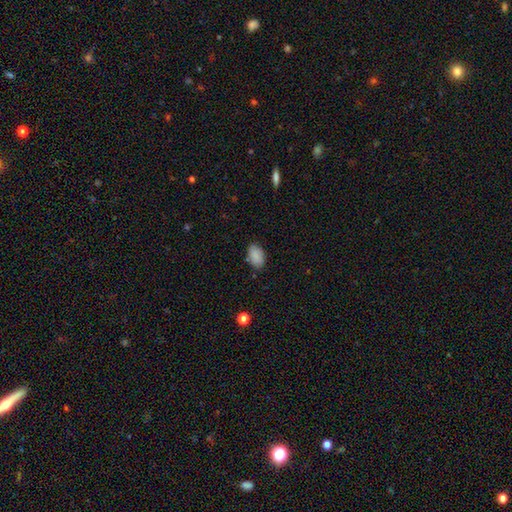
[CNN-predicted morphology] Smooth or featured?
  - smooth: 88% *
  - star or artifact: 8%
  - featured or disk: 5%
How rounded?
  - in between: 91% *
  - round: 8%
  - cigar-shaped: 1%
Merging?
  - none: 81% *
  - minor disturbance: 14%
  - major disturbance: 3%
  - merger: 2%